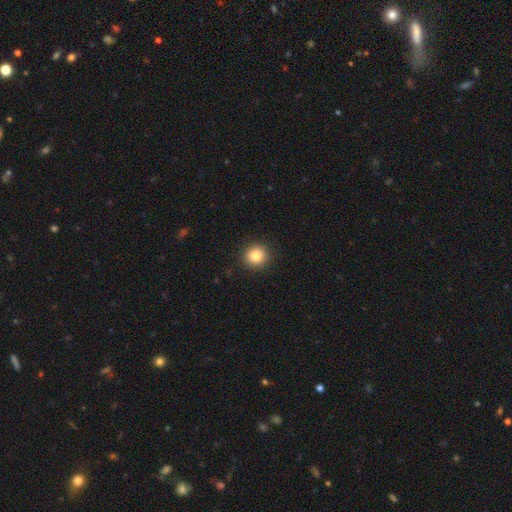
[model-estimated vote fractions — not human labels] Smooth or featured?
  - smooth: 84% *
  - star or artifact: 10%
  - featured or disk: 6%
How rounded?
  - round: 92% *
  - in between: 7%
  - cigar-shaped: 1%
Merging?
  - none: 92% *
  - minor disturbance: 5%
  - major disturbance: 2%
  - merger: 1%